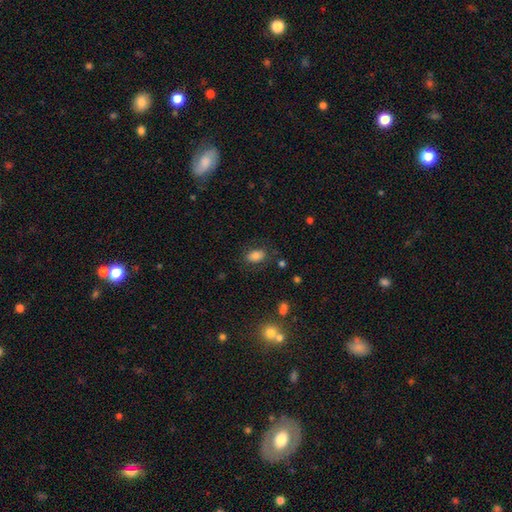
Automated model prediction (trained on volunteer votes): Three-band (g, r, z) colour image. It shows a smooth galaxy with no disk features (78%) that is in between round and cigar-shaped (86%). Merging: none (78%).